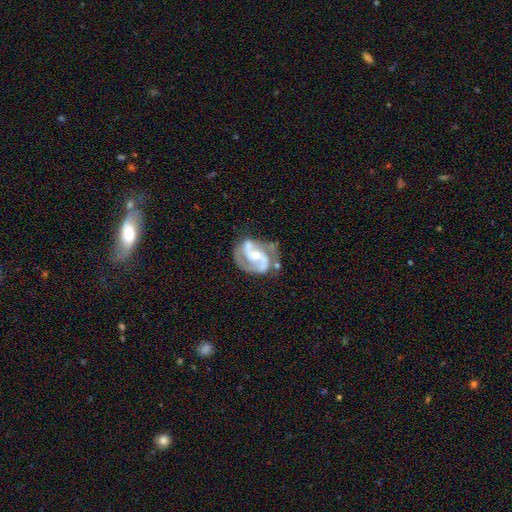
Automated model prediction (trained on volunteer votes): A featured or disk galaxy (91%) with no bar (40%), 2 (87%) medium (57%) spiral arms (97%) and a moderate central bulge (52%).

Vote fractions:
- Smooth or featured? featured or disk: 91% / smooth: 5% / star or artifact: 5%
- Edge-on disk? no: 98% / yes: 2%
- Bar? no: 40% / weak: 35% / strong: 25%
- Spiral arms? yes: 97% / no: 3%
- Spiral winding? medium: 57% / tight: 24% / loose: 19%
- Spiral arm count? 2: 87% / 3: 5% / can't tell: 4% / 1: 2% / 4: 1% / more than 4: 1%
- Bulge size? moderate: 52% / small: 44% / large: 2% / none: 1% / dominant: 1%
- Merging? none: 58% / minor disturbance: 23% / major disturbance: 13% / merger: 6%